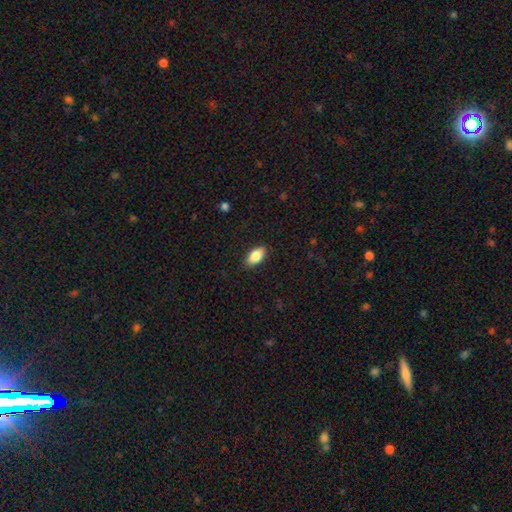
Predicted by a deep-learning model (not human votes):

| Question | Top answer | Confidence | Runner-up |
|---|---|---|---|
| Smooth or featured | smooth | 85% | featured or disk (8%) |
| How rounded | in between | 91% | cigar-shaped (5%) |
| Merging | none | 87% | minor disturbance (10%) |